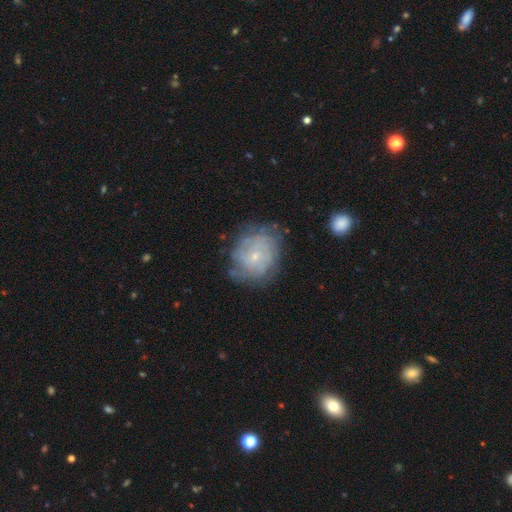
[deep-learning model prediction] Smooth or featured?
  - featured or disk: 63% *
  - smooth: 29%
  - star or artifact: 8%
Edge-on disk?
  - no: 97% *
  - yes: 3%
Bar?
  - no: 78% *
  - weak: 19%
  - strong: 3%
Spiral arms?
  - yes: 75% *
  - no: 25%
Bulge size?
  - small: 80% *
  - moderate: 16%
  - none: 3%
  - large: 1%
  - dominant: 1%
Merging?
  - none: 66% *
  - minor disturbance: 22%
  - major disturbance: 10%
  - merger: 2%